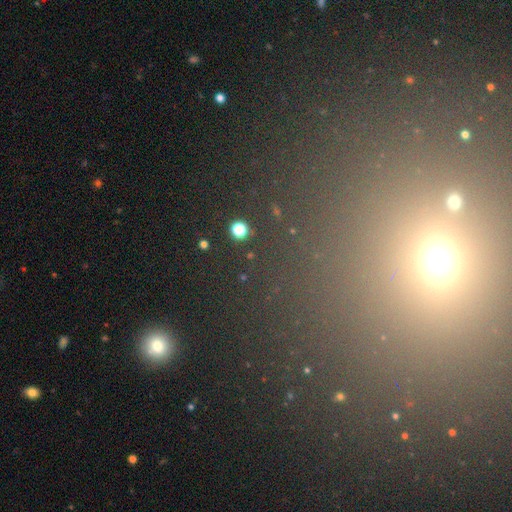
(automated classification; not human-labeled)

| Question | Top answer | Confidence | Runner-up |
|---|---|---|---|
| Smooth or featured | star or artifact | 54% | smooth (37%) |